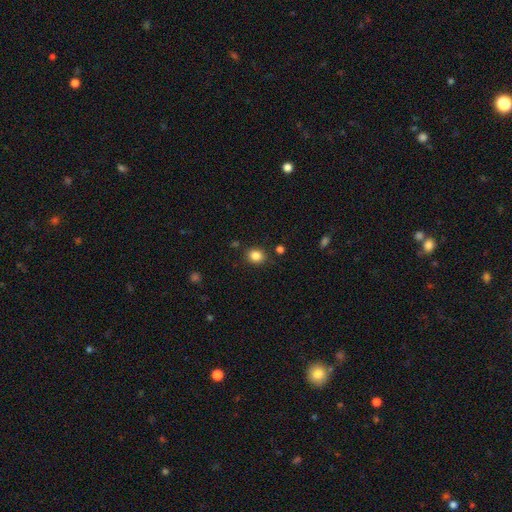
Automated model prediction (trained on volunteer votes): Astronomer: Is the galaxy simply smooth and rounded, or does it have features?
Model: smooth — 84%.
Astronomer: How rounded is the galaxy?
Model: round — 65%.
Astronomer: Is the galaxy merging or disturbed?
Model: none — 85%.